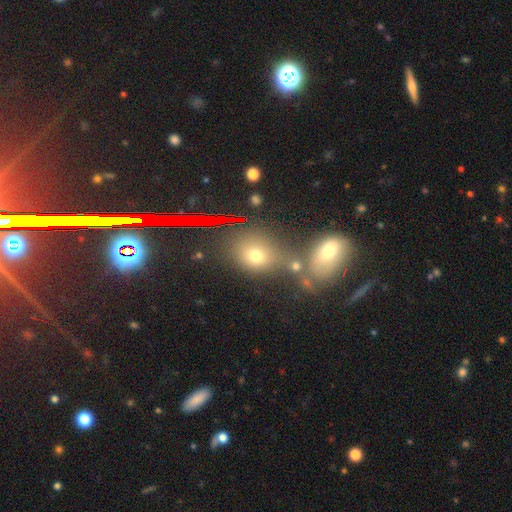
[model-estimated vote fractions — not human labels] smooth 67%, star or artifact 21%, featured or disk 12%. Down the decision tree: how rounded — round (59%); merging — none (56%).